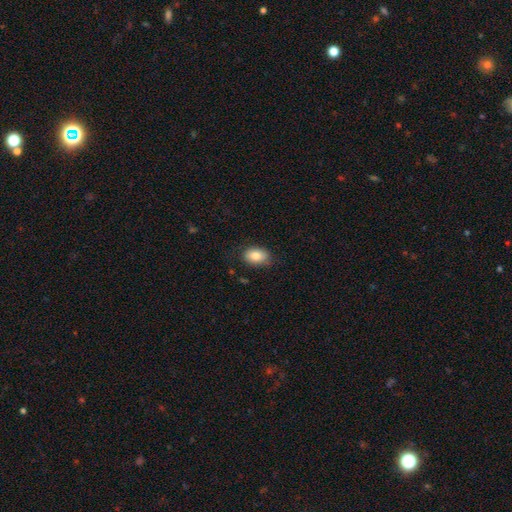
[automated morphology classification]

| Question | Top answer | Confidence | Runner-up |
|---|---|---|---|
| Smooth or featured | smooth | 83% | featured or disk (10%) |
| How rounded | in between | 83% | round (16%) |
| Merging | none | 80% | minor disturbance (15%) |